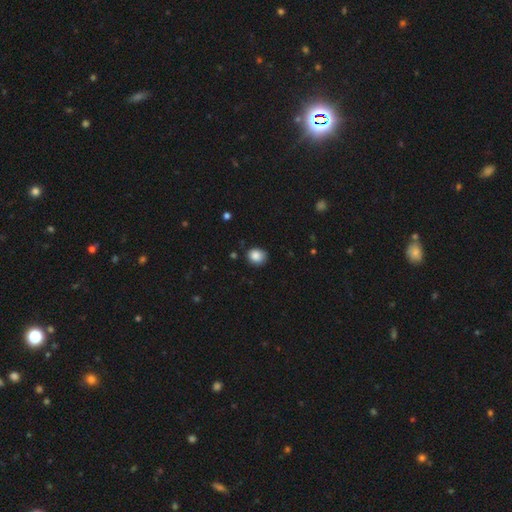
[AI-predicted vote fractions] Smooth or featured: smooth — 86% (star or artifact — 9%)
How rounded: round — 66% (in between — 34%)
Merging: none — 77% (minor disturbance — 18%)